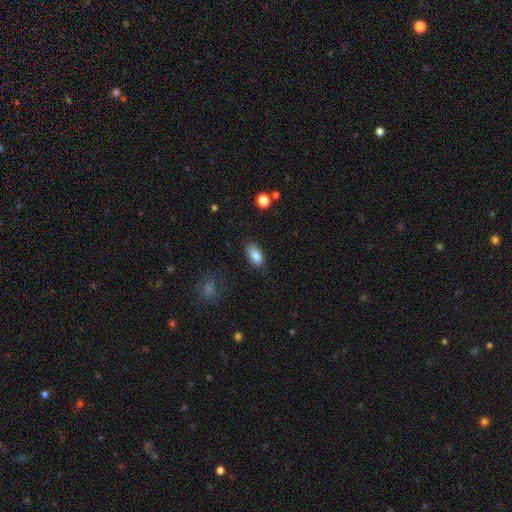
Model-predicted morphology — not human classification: The model was most divided on "merging": none: 76%, minor disturbance: 18%, major disturbance: 4%, merger: 1%. More confident: how rounded — in between (91%); smooth or featured — smooth (86%).